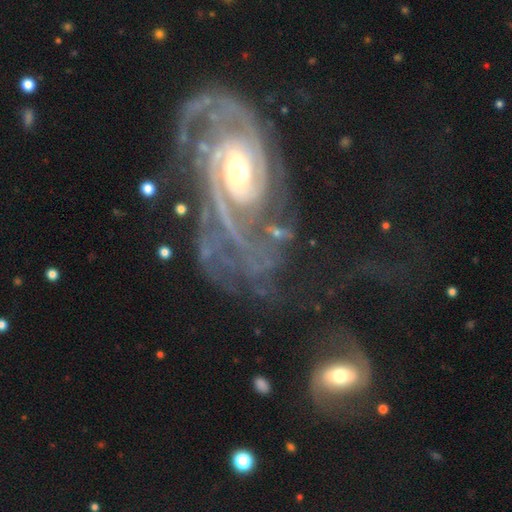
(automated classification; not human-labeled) Overall: featured or disk (89%). Edge-on disk: no (96%). Bar: no (57%; weak 28%). Spiral arms: yes (96%). Spiral arm count: 2 (34%; can't tell 22%). Spiral winding: tight (55%; medium 35%). Bulge size: moderate (66%). Merging: none (43%; major disturbance 30%).